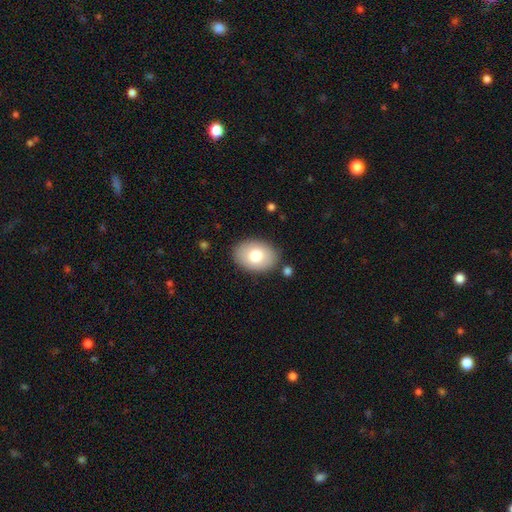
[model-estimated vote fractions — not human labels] This is likely a smooth galaxy (77%). How rounded: likely in between (80%). Merging: clearly none (86%).